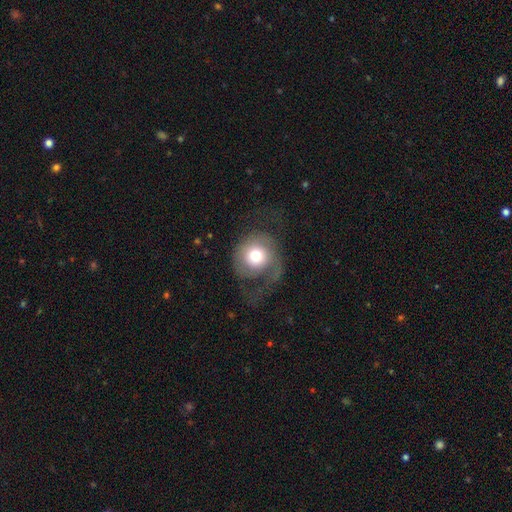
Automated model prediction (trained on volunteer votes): Q: Smooth or featured?
A: smooth (52%); runner-up: featured or disk (40%)
Q: How rounded?
A: round (82%); runner-up: in between (17%)
Q: Merging?
A: major disturbance (44%); runner-up: none (36%)